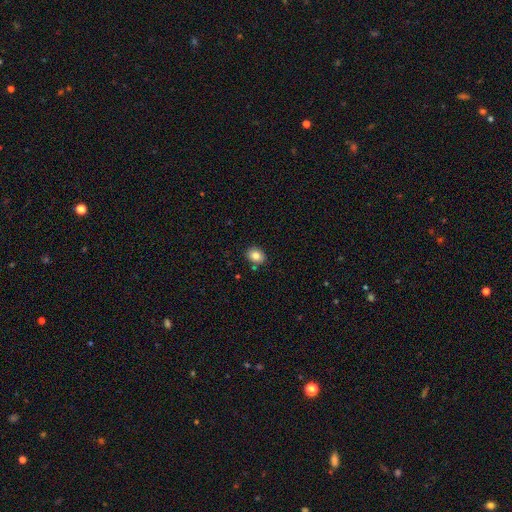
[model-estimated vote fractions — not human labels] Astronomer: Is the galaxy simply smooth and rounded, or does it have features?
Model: smooth — 84%.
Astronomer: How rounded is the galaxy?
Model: in between — 60% (runner-up: round, 39%).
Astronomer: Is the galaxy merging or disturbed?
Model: none — 84%.